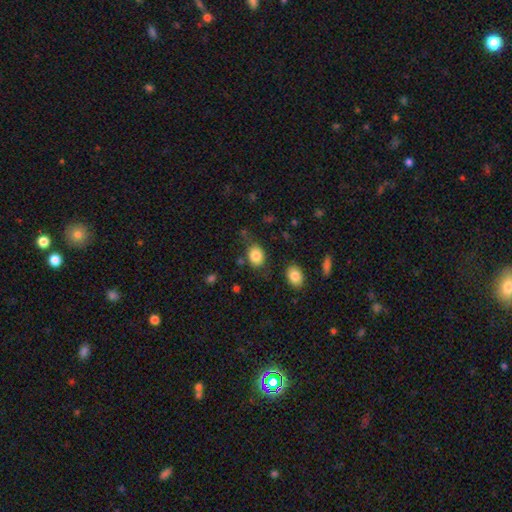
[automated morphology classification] smooth_or_featured: smooth (p=0.84) [alt: star or artifact p=0.09]
how_rounded: in between (p=0.65) [alt: round p=0.33]
merging: none (p=0.71) [alt: minor disturbance p=0.18]